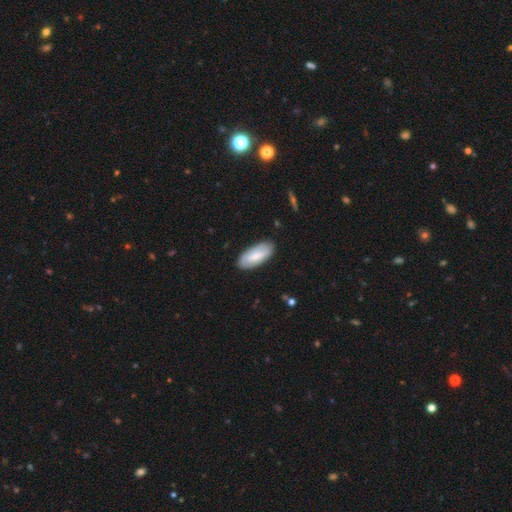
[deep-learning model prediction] Smooth or featured? smooth (70%)
How rounded? in between (86%)
Merging? none (85%)